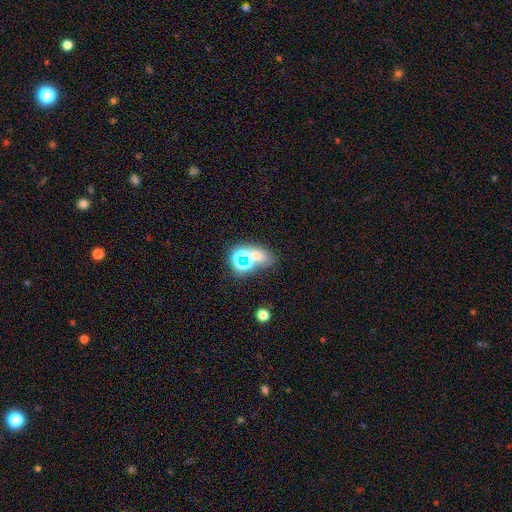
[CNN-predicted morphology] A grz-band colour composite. It shows a smooth galaxy with no disk features (46%). Merging: none (55%).